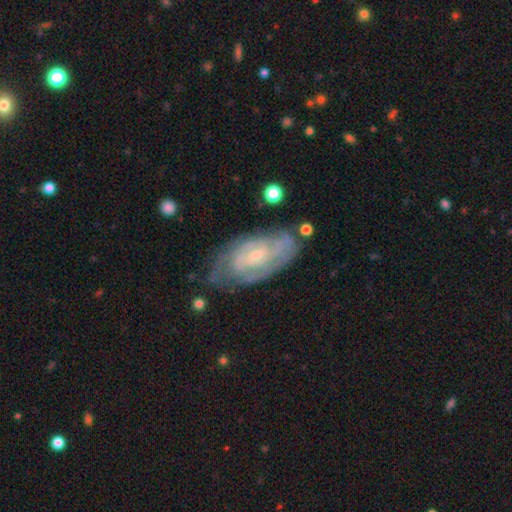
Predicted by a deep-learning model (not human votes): A featured or disk galaxy (82%) with no bar (54%), tight (64%) spiral arms (93%) and a small central bulge (75%). Merging: none (67%).